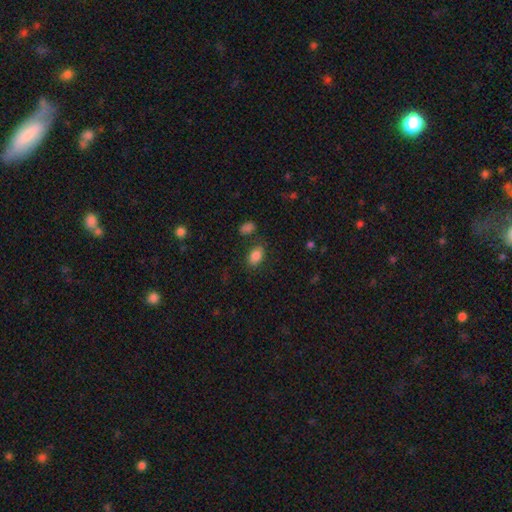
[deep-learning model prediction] Smooth or featured: smooth — 85% (star or artifact — 9%)
How rounded: in between — 87% (round — 12%)
Merging: none — 79% (minor disturbance — 13%)